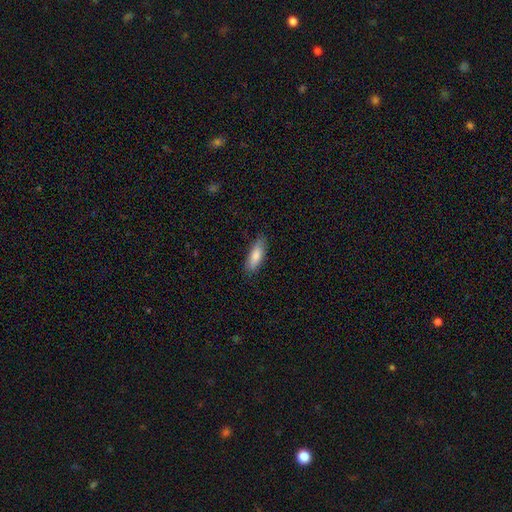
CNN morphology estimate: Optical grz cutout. It shows a smooth galaxy with no disk features (82%) that is in between round and cigar-shaped (63%). Merging: none (82%).